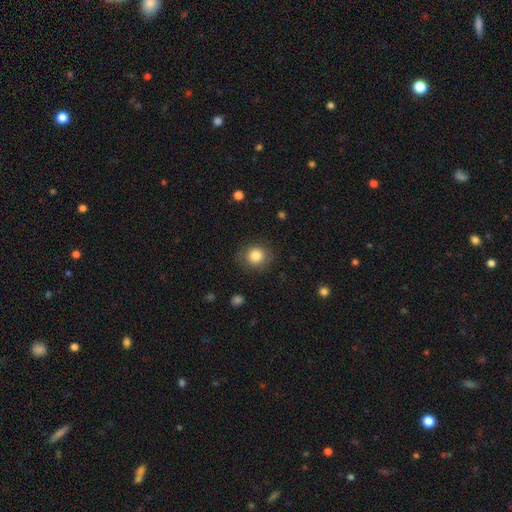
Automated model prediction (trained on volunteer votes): Overall: smooth (84%). How rounded: round (80%). Merging: none (82%).